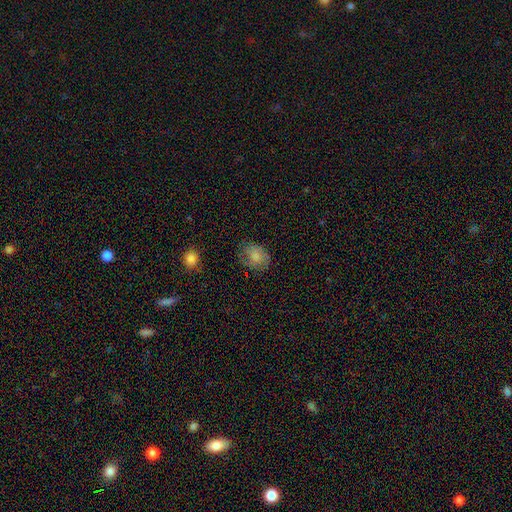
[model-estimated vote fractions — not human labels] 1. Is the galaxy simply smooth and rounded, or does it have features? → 73% smooth, 18% featured or disk, 9% star or artifact.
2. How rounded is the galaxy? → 60% in between, 39% round, 1% cigar-shaped.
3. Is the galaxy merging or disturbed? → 59% none, 27% minor disturbance, 12% major disturbance, 2% merger.